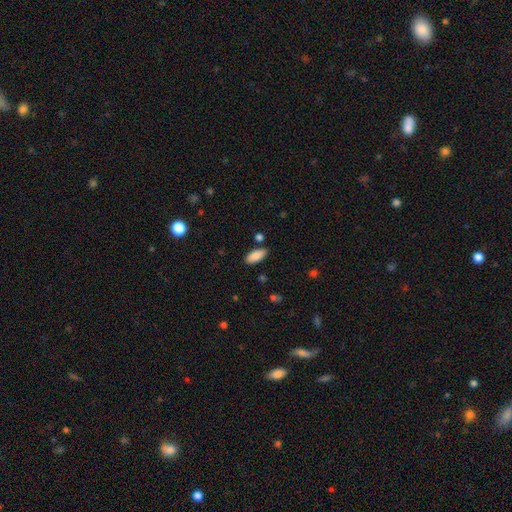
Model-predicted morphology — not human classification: This appears to be a smooth galaxy with no disk features (88%) that is in between round and cigar-shaped (85%). Merging: none (83%).